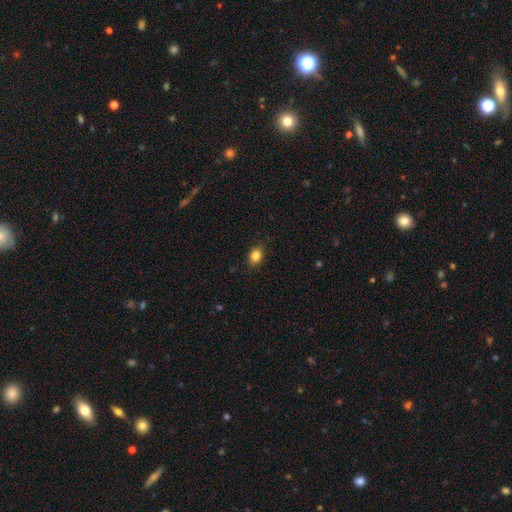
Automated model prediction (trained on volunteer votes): Smooth or featured? smooth (84%)
How rounded? in between (64%)
Merging? none (86%)